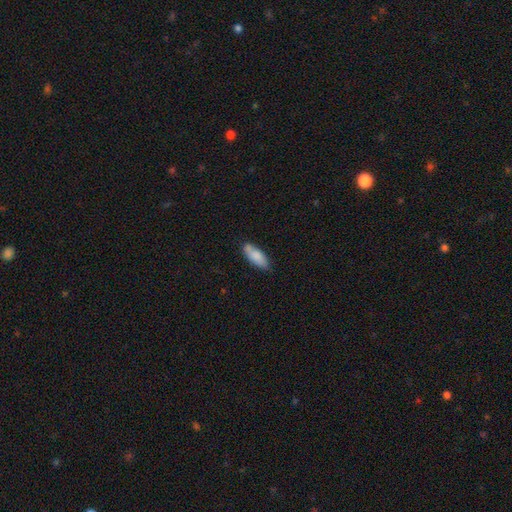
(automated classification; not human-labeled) This is clearly a smooth galaxy (82%). How rounded: likely in between (73%). Merging: likely none (70%).